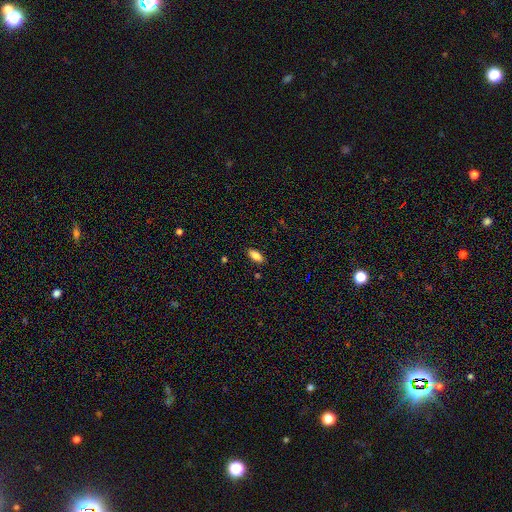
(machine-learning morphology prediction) A smooth galaxy with no disk features (83%) that is in between round and cigar-shaped (86%).

Vote fractions:
- Smooth or featured? smooth: 83% / featured or disk: 10% / star or artifact: 8%
- How rounded? in between: 86% / cigar-shaped: 12% / round: 2%
- Merging? none: 87% / minor disturbance: 10% / major disturbance: 2% / merger: 1%